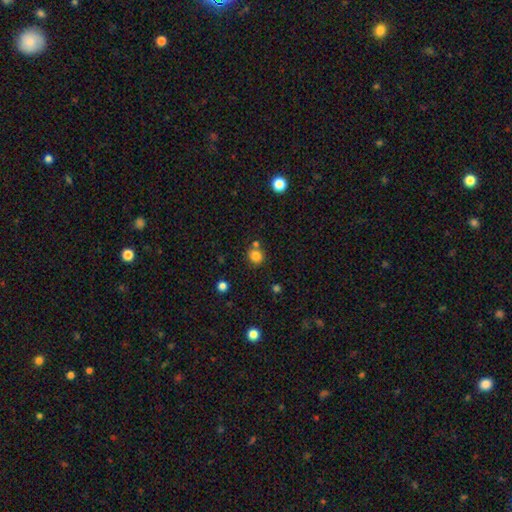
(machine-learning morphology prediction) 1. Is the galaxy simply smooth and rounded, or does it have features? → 82% smooth, 12% star or artifact, 6% featured or disk.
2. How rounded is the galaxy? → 85% round, 14% in between, 1% cigar-shaped.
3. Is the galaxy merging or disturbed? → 69% none, 17% merger, 10% minor disturbance, 3% major disturbance.